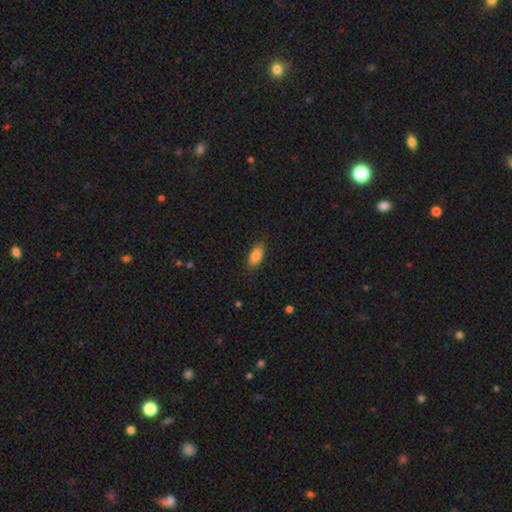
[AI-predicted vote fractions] This is clearly a smooth galaxy (87%). How rounded: clearly in between (90%). Merging: clearly none (84%).